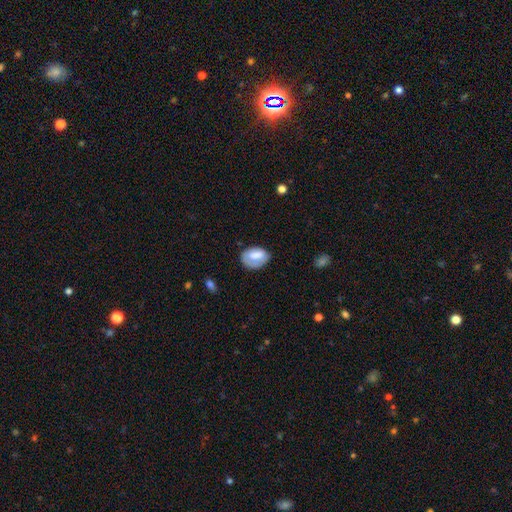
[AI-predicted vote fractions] This appears to be a smooth galaxy with no disk features (69%) that is in between round and cigar-shaped (79%). Merging: none (57%).